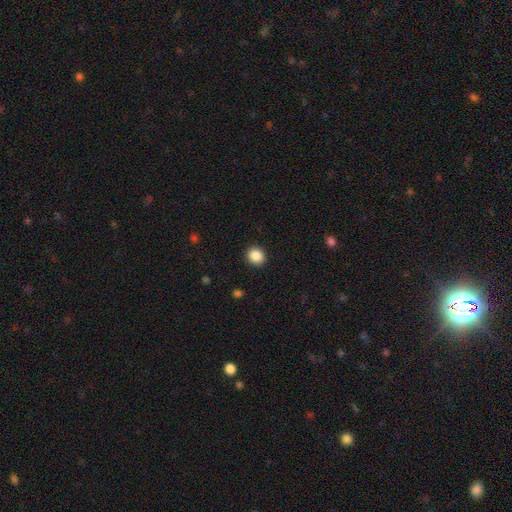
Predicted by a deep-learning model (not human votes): smooth 87%, star or artifact 9%, featured or disk 4%. Down the decision tree: how rounded — round (86%); merging — none (92%).